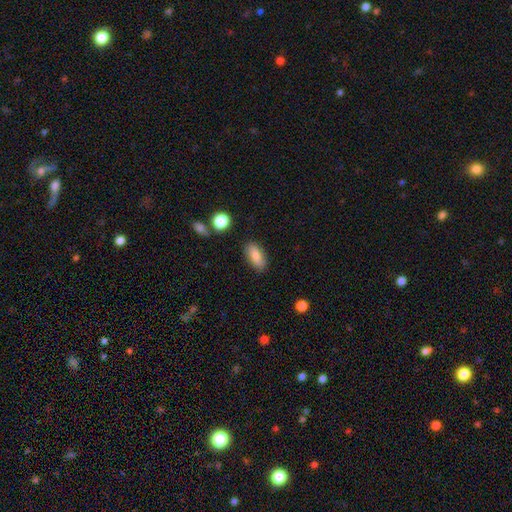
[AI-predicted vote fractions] A smooth galaxy with no disk features (73%) that is in between round and cigar-shaped (86%).

Vote fractions:
- Smooth or featured? smooth: 73% / featured or disk: 19% / star or artifact: 8%
- How rounded? in between: 86% / cigar-shaped: 9% / round: 5%
- Merging? none: 80% / minor disturbance: 15% / major disturbance: 3% / merger: 2%